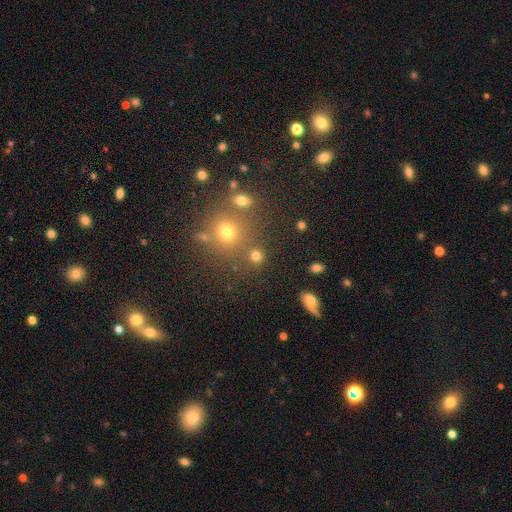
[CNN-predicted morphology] smooth 75%, star or artifact 18%, featured or disk 7%. Down the decision tree: how rounded — round (87%); merging — none (72%).